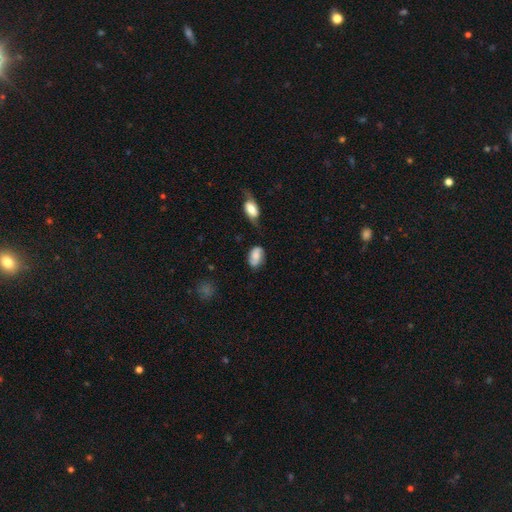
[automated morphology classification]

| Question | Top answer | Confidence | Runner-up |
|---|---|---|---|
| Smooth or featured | smooth | 53% | featured or disk (39%) |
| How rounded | in between | 88% | round (10%) |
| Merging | none | 61% | minor disturbance (26%) |